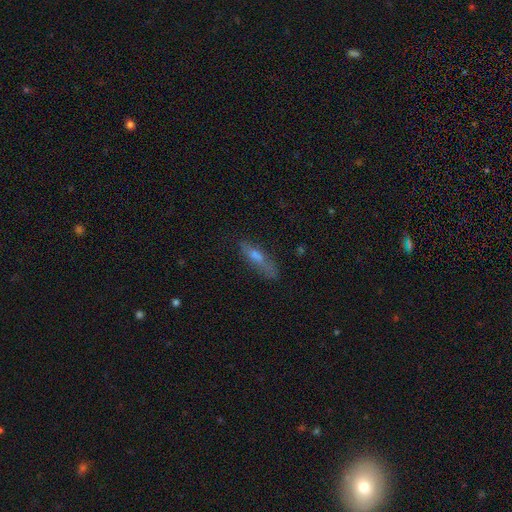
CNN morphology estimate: A smooth galaxy with no disk features (57%) that is cigar-shaped (73%). Merging: none (63%).